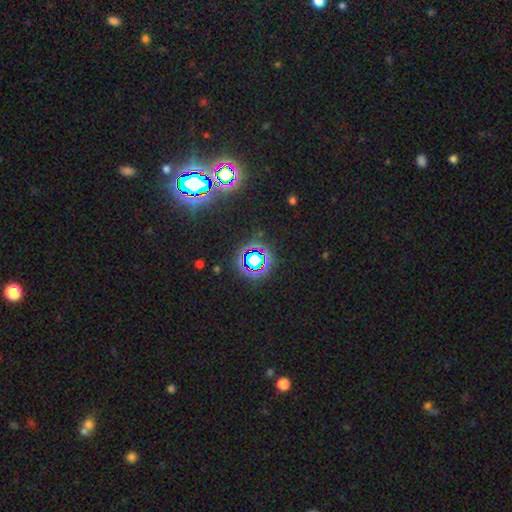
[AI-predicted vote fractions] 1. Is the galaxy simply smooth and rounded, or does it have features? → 75% star or artifact, 14% smooth, 10% featured or disk.